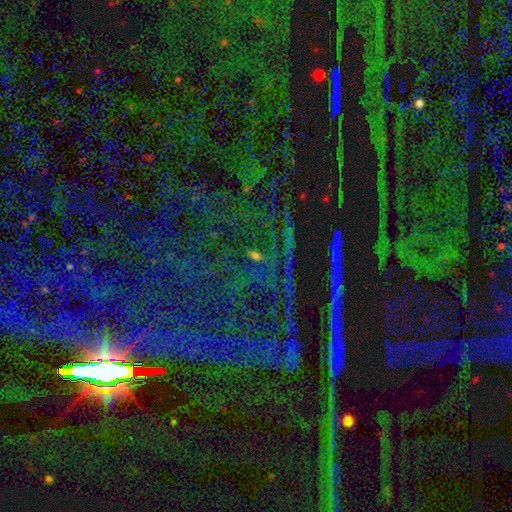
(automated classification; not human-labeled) A star or artifact, not a galaxy (66%).

Vote fractions:
- Smooth or featured? star or artifact: 66% / smooth: 21% / featured or disk: 13%